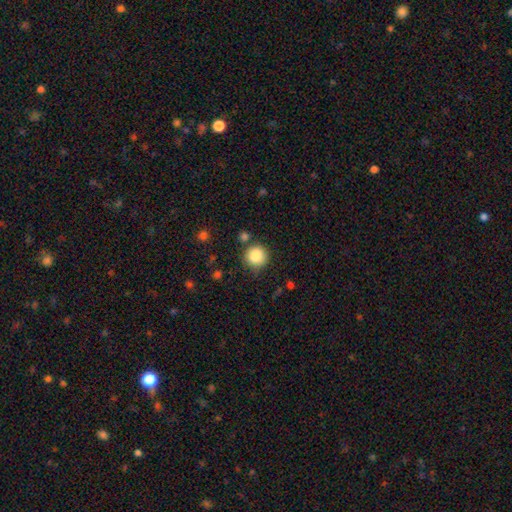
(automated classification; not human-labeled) Smooth or featured: smooth — 87% (star or artifact — 9%)
How rounded: round — 94% (in between — 5%)
Merging: none — 81% (minor disturbance — 10%)